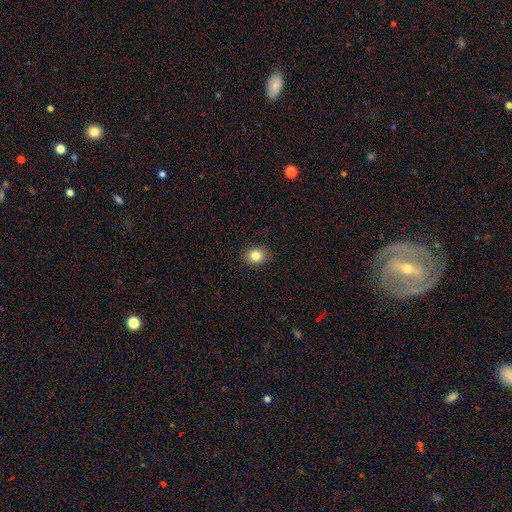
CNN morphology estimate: Smooth or featured: smooth — 83% (star or artifact — 11%)
How rounded: round — 61% (in between — 38%)
Merging: none — 90% (minor disturbance — 7%)